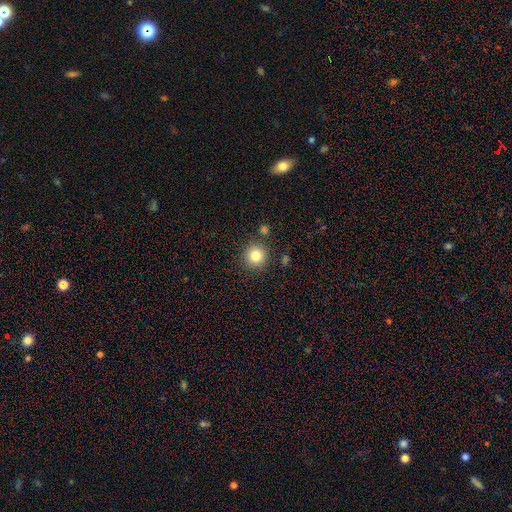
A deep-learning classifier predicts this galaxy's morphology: type=smooth (81%); roundness=round (94%); merging=none (85%).